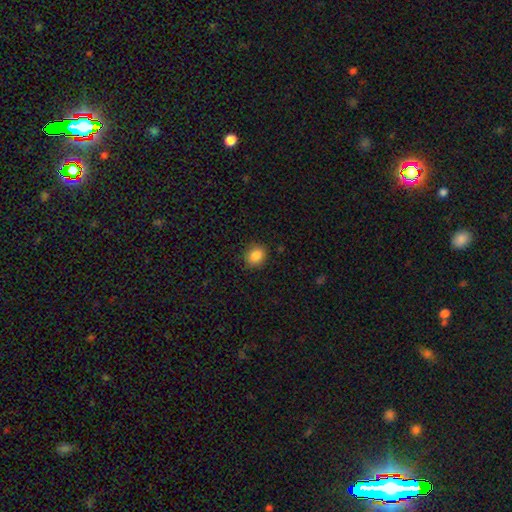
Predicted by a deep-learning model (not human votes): The model was most divided on "how rounded": round: 65%, in between: 34%, cigar-shaped: 1%. More confident: smooth or featured — smooth (86%); merging — none (86%).